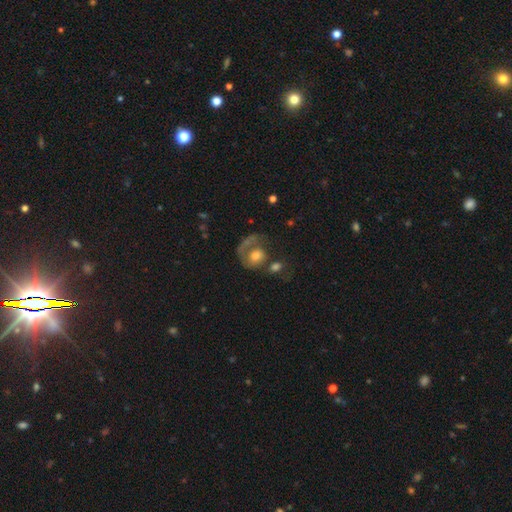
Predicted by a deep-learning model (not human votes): smooth_or_featured: featured or disk (p=0.54) [alt: smooth p=0.38]
disk_edge_on: no (p=0.97) [alt: yes p=0.03]
bar: no (p=0.82) [alt: weak p=0.15]
has_spiral_arms: yes (p=0.63) [alt: no p=0.37]
bulge_size: moderate (p=0.52) [alt: large p=0.25]
merging: major disturbance (p=0.33) [alt: none p=0.32]